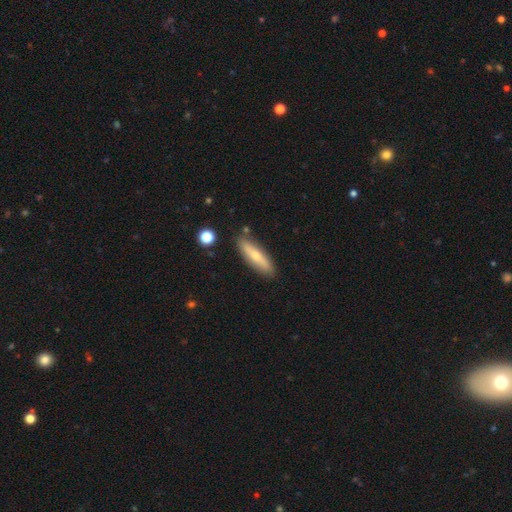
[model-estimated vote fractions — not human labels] Smooth or featured: smooth — 55% (featured or disk — 39%)
How rounded: cigar-shaped — 68% (in between — 30%)
Merging: none — 84% (minor disturbance — 11%)